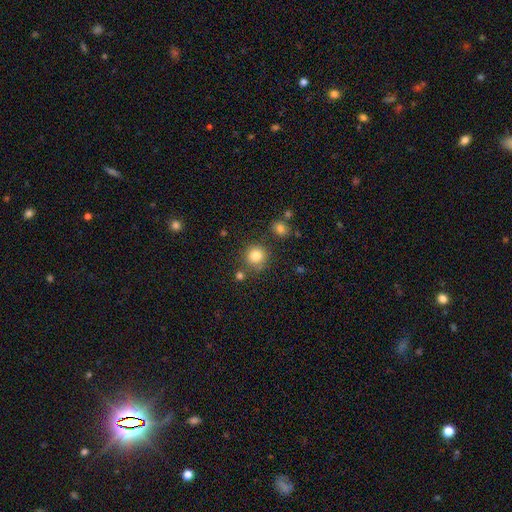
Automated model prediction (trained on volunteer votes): This is clearly a smooth galaxy (82%). How rounded: clearly round (91%). Merging: likely none (79%).